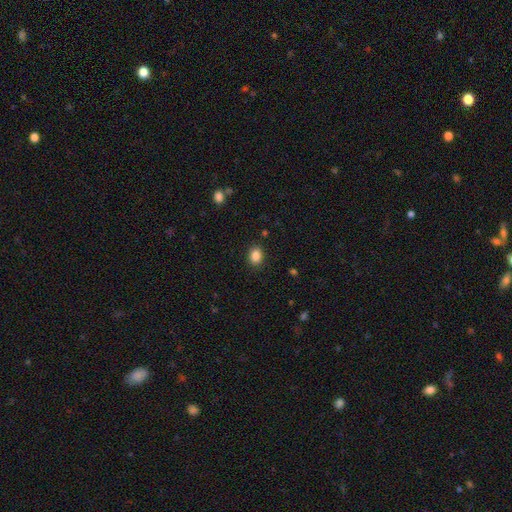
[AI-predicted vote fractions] Q: Smooth or featured?
A: smooth (86%); runner-up: star or artifact (10%)
Q: How rounded?
A: in between (58%); runner-up: round (41%)
Q: Merging?
A: none (88%); runner-up: minor disturbance (8%)